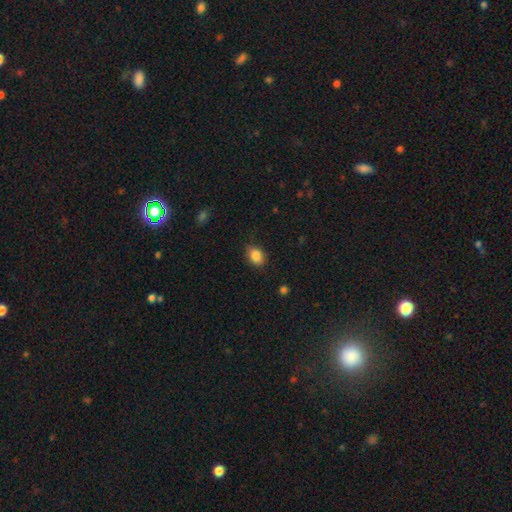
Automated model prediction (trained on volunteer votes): smooth 86%, star or artifact 9%, featured or disk 5%. Down the decision tree: how rounded — in between (71%); merging — none (80%).